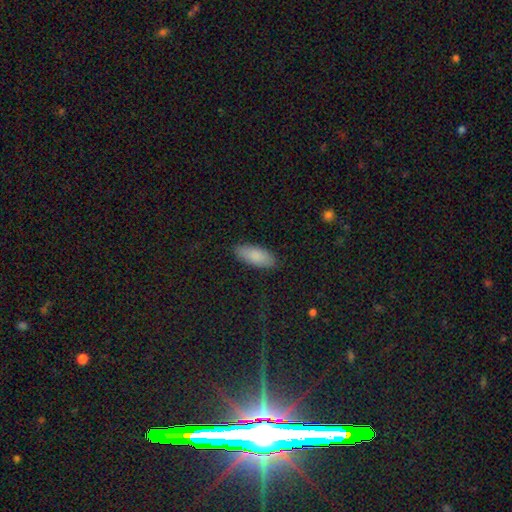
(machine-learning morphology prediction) Smooth or featured: smooth — 87% (featured or disk — 7%)
How rounded: in between — 80% (cigar-shaped — 19%)
Merging: none — 88% (minor disturbance — 9%)